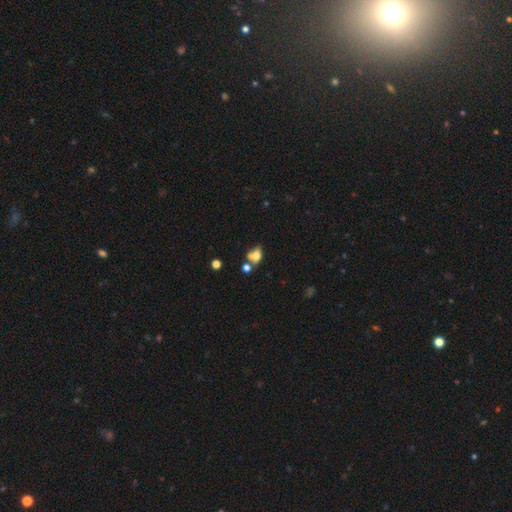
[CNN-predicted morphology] This is likely a smooth galaxy (66%). How rounded: likely in between (69%). Merging: marginally merger (42%).